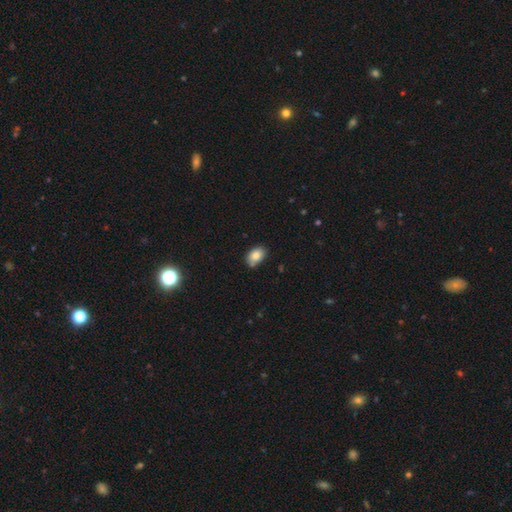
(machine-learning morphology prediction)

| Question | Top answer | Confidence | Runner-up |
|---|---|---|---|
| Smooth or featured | smooth | 84% | star or artifact (8%) |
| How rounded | in between | 86% | round (13%) |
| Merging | none | 75% | minor disturbance (18%) |